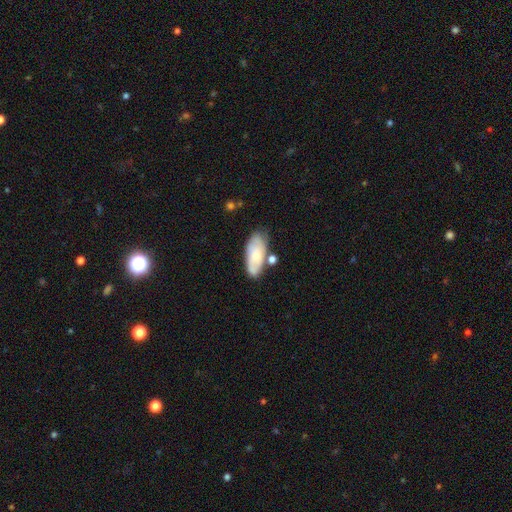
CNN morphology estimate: Smooth or featured? smooth (64%)
How rounded? in between (86%)
Merging? none (58%)